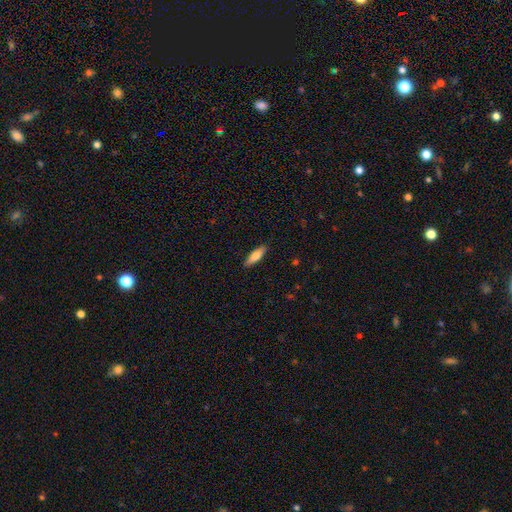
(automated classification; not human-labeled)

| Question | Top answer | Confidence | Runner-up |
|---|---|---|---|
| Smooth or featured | smooth | 73% | featured or disk (21%) |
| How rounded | cigar-shaped | 56% | in between (42%) |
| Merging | none | 89% | minor disturbance (8%) |